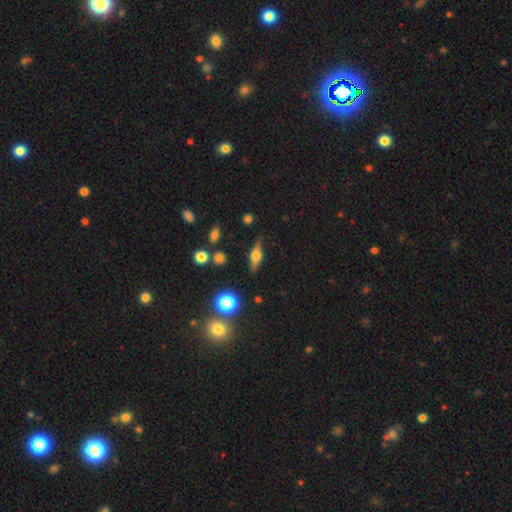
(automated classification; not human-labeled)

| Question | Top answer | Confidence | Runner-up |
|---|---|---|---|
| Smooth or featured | featured or disk | 59% | smooth (32%) |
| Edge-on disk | yes | 93% | no (7%) |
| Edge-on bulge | rounded | 90% | boxy (8%) |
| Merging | none | 82% | minor disturbance (12%) |